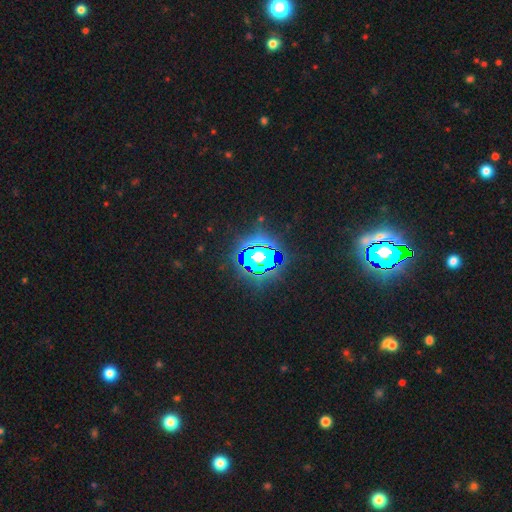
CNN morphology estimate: star or artifact 64%, smooth 19%, featured or disk 17%.